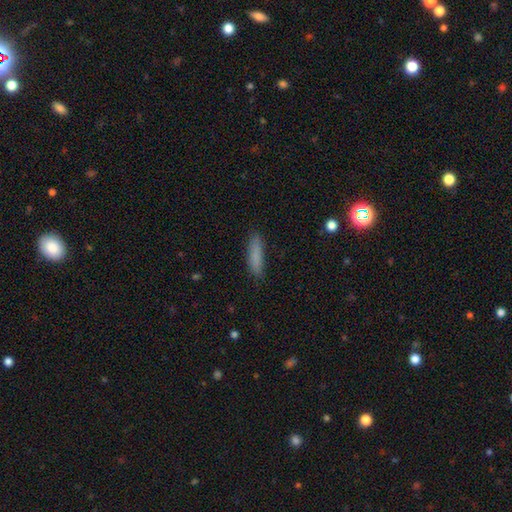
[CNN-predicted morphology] The model was most divided on "how rounded": cigar-shaped: 79%, in between: 20%, round: 2%. More confident: merging — none (86%); smooth or featured — smooth (83%).